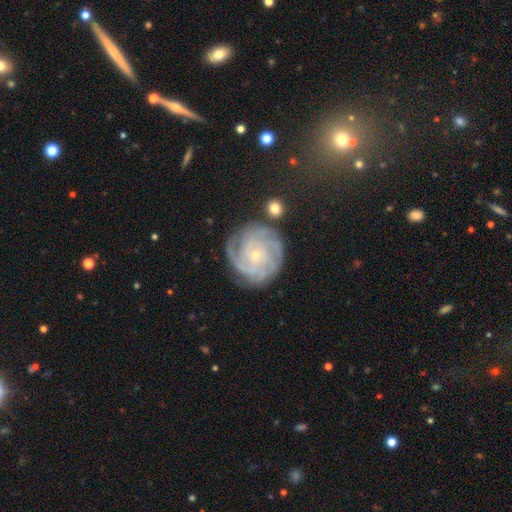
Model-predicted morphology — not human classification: The model was most divided on "spiral arm count": 4: 34%, 3: 23%, can't tell: 17%, more than 4: 10%, 2: 9%, 1: 6%. More confident: spiral arms — yes (98%); edge-on disk — no (97%); smooth or featured — featured or disk (87%); bulge size — small (81%); merging — none (78%); spiral winding — tight (78%); bar — no (75%).